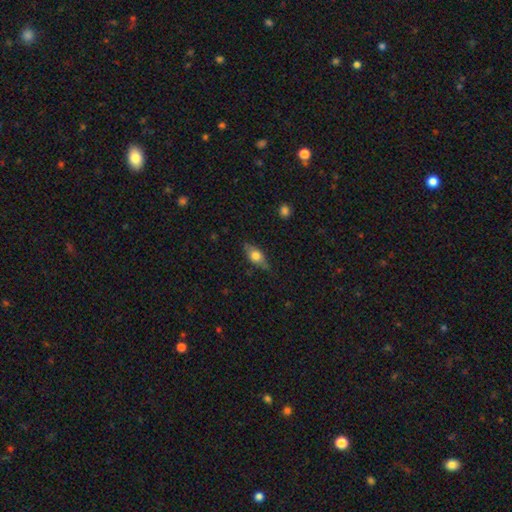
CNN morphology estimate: smooth_or_featured: smooth (p=0.60) [alt: featured or disk p=0.32]
how_rounded: in between (p=0.77) [alt: cigar-shaped p=0.16]
merging: none (p=0.74) [alt: minor disturbance p=0.20]